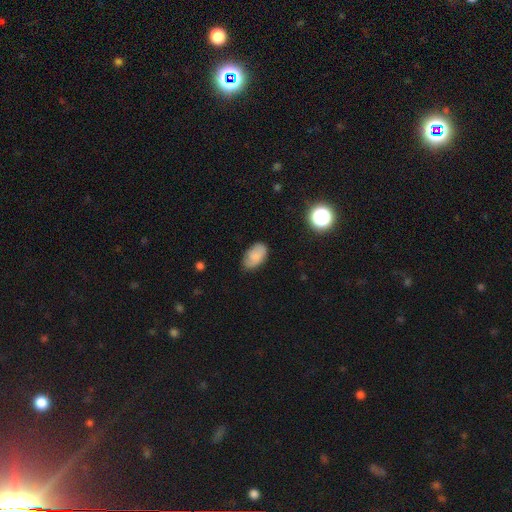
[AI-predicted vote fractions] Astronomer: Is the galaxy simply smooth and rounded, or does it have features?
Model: smooth — 79%.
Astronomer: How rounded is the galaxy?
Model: in between — 93%.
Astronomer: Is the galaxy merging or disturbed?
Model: none — 72%.